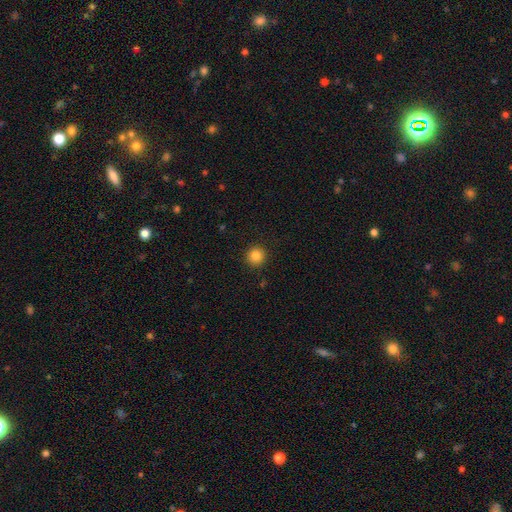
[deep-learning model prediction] smooth_or_featured: smooth (p=0.84) [alt: star or artifact p=0.11]
how_rounded: round (p=0.95) [alt: in between p=0.04]
merging: none (p=0.92) [alt: minor disturbance p=0.05]